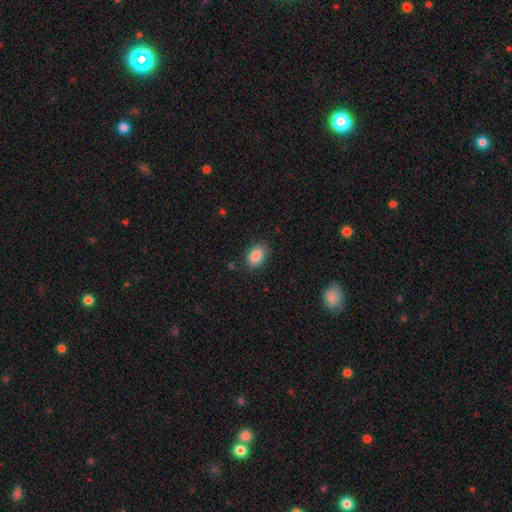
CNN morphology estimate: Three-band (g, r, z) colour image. It shows a smooth galaxy with no disk features (87%) that is in between round and cigar-shaped (83%). Merging: none (80%).